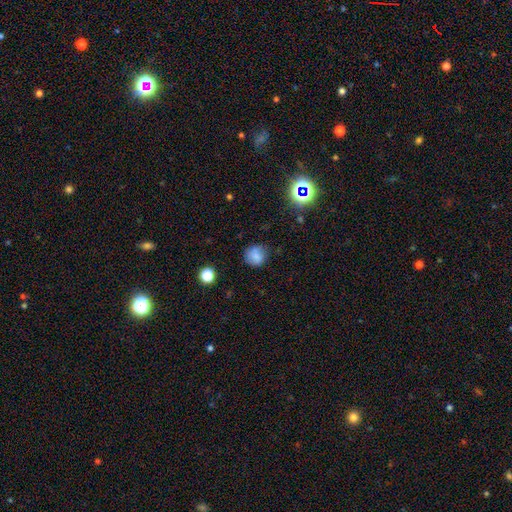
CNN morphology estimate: Q: Smooth or featured?
A: smooth (77%); runner-up: star or artifact (13%)
Q: How rounded?
A: round (86%); runner-up: in between (13%)
Q: Merging?
A: none (75%); runner-up: minor disturbance (18%)